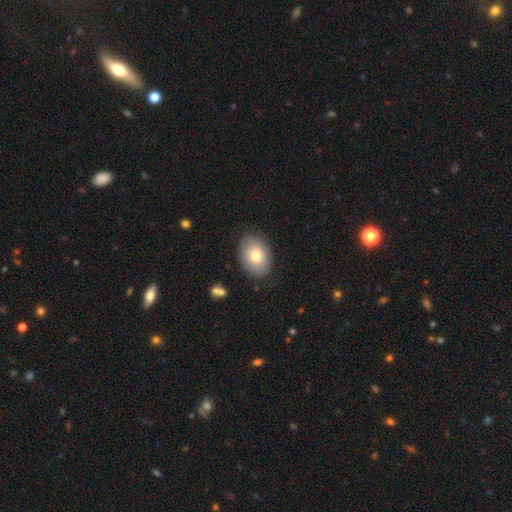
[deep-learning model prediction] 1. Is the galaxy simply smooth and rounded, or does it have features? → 78% smooth, 16% featured or disk, 6% star or artifact.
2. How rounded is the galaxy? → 79% in between, 20% round, 1% cigar-shaped.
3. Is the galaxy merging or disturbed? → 83% none, 13% minor disturbance, 3% major disturbance, 1% merger.